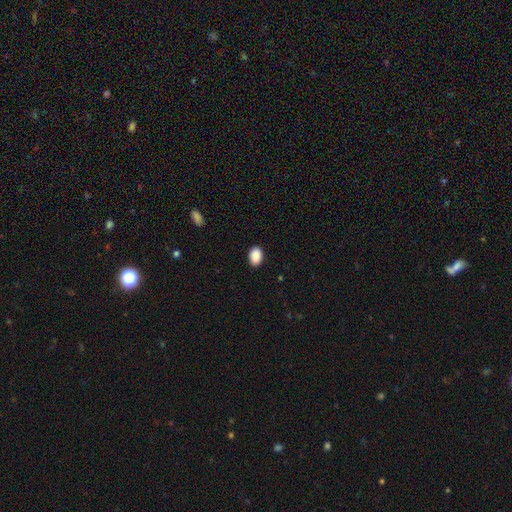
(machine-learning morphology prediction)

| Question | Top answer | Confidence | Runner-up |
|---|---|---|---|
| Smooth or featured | smooth | 91% | star or artifact (7%) |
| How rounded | in between | 84% | round (15%) |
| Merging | none | 89% | minor disturbance (8%) |